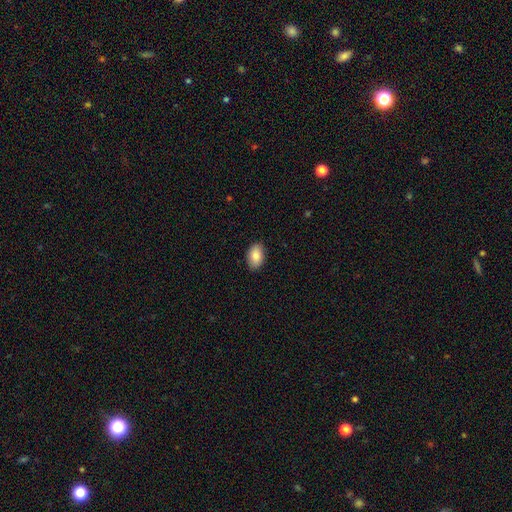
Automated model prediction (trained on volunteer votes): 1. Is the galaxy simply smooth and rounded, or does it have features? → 86% smooth, 8% featured or disk, 7% star or artifact.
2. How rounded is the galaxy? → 90% in between, 9% round, 1% cigar-shaped.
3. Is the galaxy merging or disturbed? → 88% none, 9% minor disturbance, 2% major disturbance, 1% merger.